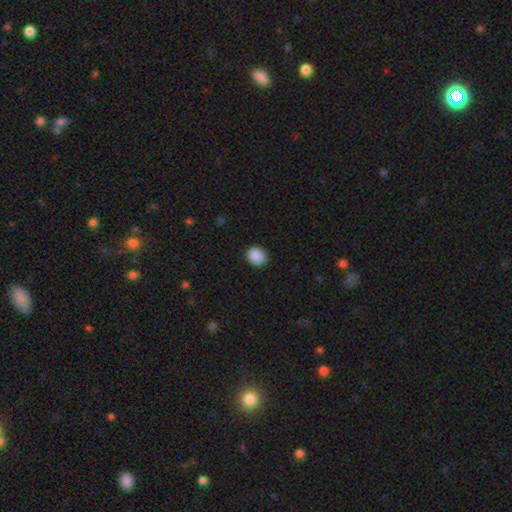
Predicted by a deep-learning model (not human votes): Smooth or featured? smooth (89%)
How rounded? round (68%)
Merging? none (88%)